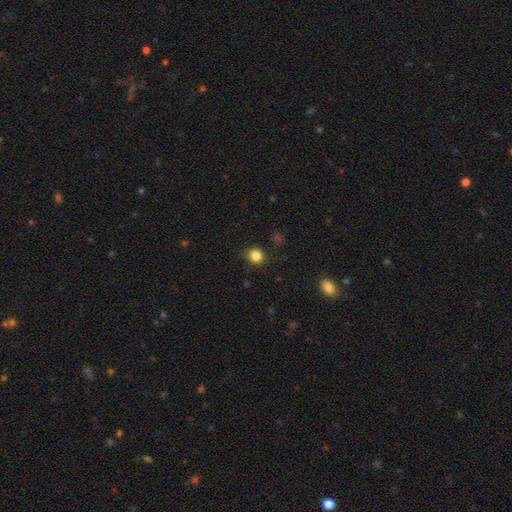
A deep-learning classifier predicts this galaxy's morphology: A smooth galaxy with no disk features (84%) that is round (81%). Merging: none (83%).